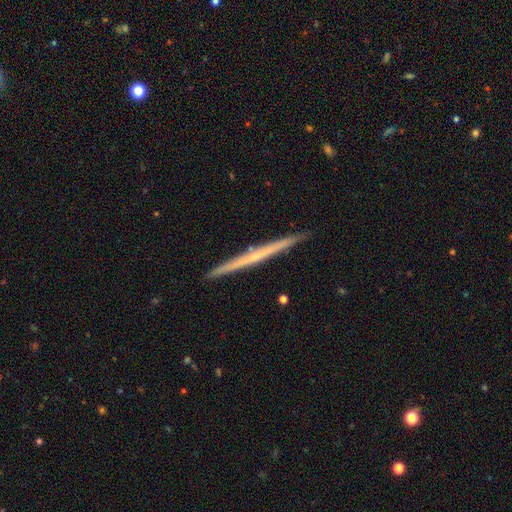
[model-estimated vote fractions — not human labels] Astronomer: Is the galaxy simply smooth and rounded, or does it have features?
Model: featured or disk — 63%.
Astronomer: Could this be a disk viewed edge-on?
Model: yes — 98%.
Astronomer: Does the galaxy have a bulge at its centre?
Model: none — 83%.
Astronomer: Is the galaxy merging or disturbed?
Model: none — 92%.